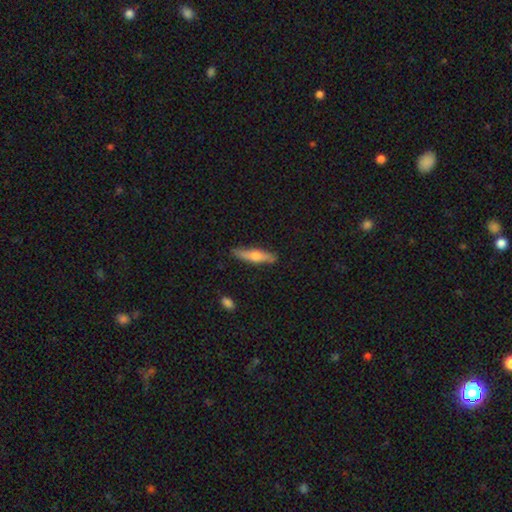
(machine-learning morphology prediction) A smooth galaxy with no disk features (56%) that is cigar-shaped (78%).

Vote fractions:
- Smooth or featured? smooth: 56% / featured or disk: 39% / star or artifact: 6%
- How rounded? cigar-shaped: 78% / in between: 20% / round: 2%
- Merging? none: 86% / minor disturbance: 11% / major disturbance: 2% / merger: 1%